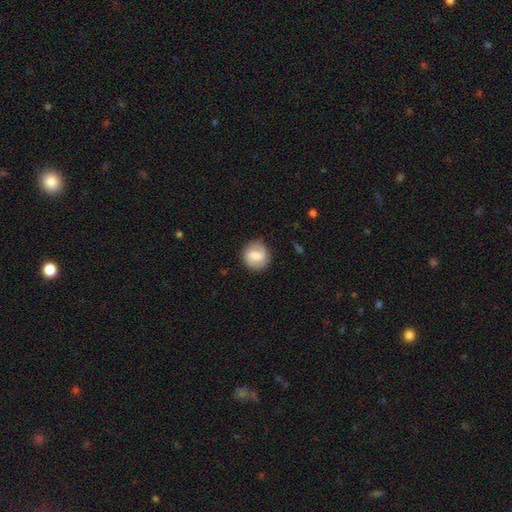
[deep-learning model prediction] A featured or disk galaxy (52%) with a weak bar (55%), spiral arms (86%) and a moderate central bulge (46%).

Vote fractions:
- Smooth or featured? featured or disk: 52% / smooth: 41% / star or artifact: 7%
- Edge-on disk? no: 97% / yes: 3%
- Bar? weak: 55% / strong: 23% / no: 22%
- Spiral arms? yes: 86% / no: 14%
- Bulge size? moderate: 46% / small: 33% / large: 10% / none: 9% / dominant: 2%
- Merging? none: 83% / minor disturbance: 12% / major disturbance: 4% / merger: 1%